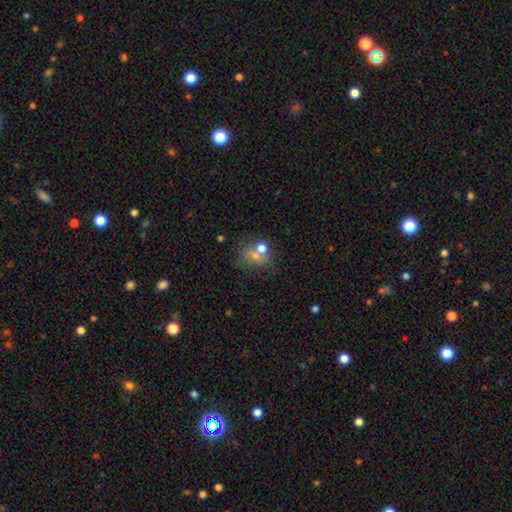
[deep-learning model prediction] smooth 49%, star or artifact 29%, featured or disk 22%. Down the decision tree: merging — none (50%).